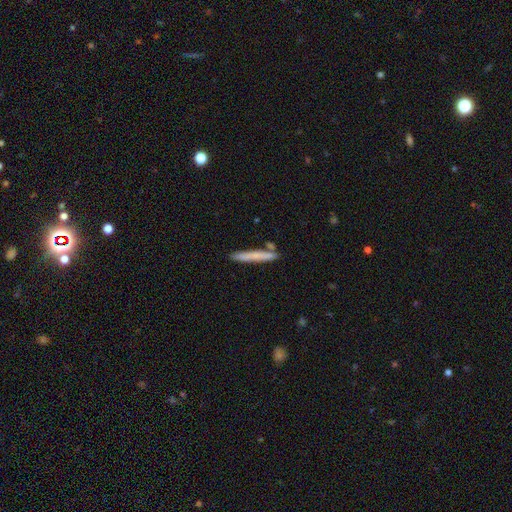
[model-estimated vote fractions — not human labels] Smooth or featured: smooth — 66% (featured or disk — 27%)
How rounded: cigar-shaped — 96% (in between — 3%)
Merging: none — 83% (minor disturbance — 10%)